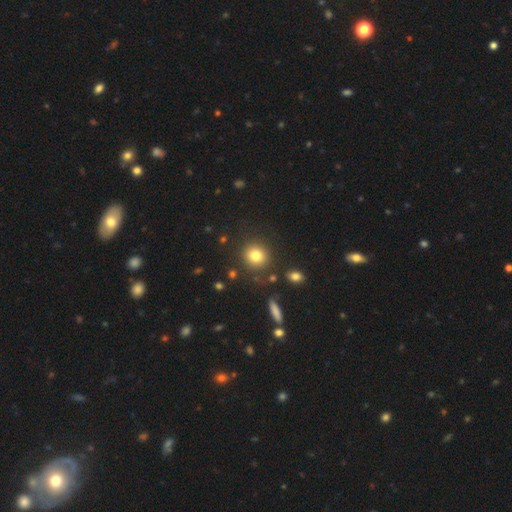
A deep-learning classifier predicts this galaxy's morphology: smooth_or_featured: smooth (p=0.81) [alt: star or artifact p=0.11]
how_rounded: round (p=0.84) [alt: in between p=0.14]
merging: none (p=0.84) [alt: minor disturbance p=0.09]